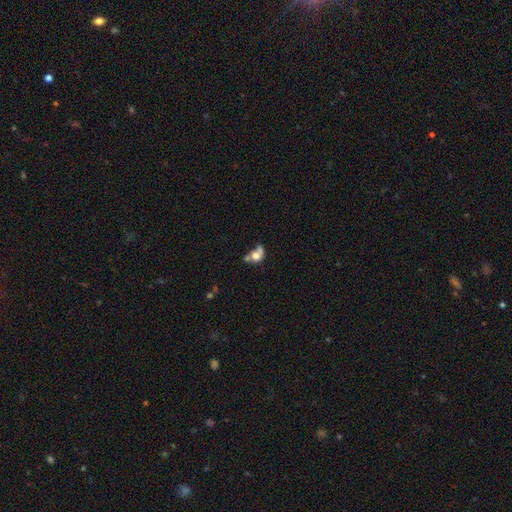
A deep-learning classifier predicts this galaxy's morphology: Overall: smooth (64%; featured or disk 25%). How rounded: round (59%; in between 40%). Merging: merger (50%; none 25%).